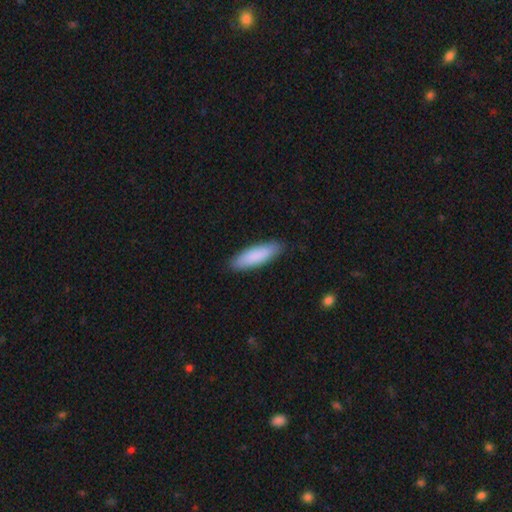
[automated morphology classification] The model was most divided on "how rounded": cigar-shaped: 51%, in between: 48%, round: 1%. More confident: merging — none (88%); smooth or featured — smooth (87%).